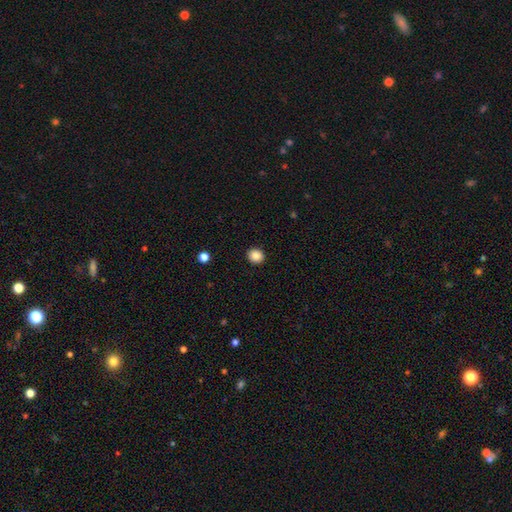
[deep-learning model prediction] Smooth or featured? smooth (87%)
How rounded? round (83%)
Merging? none (92%)